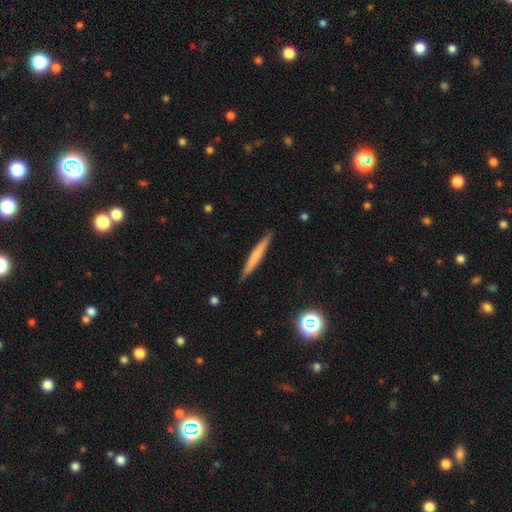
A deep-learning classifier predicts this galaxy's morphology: Smooth or featured? smooth (61%)
How rounded? cigar-shaped (96%)
Merging? none (91%)